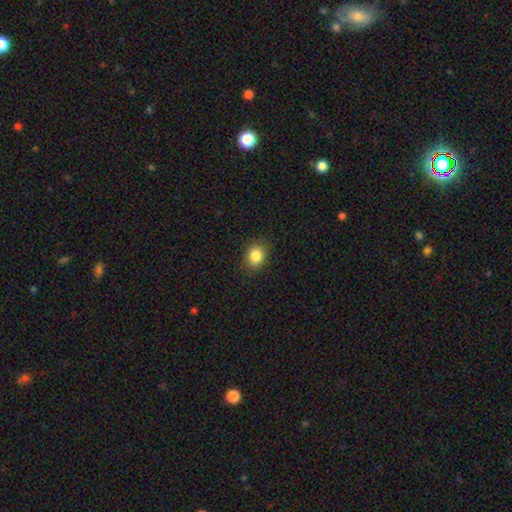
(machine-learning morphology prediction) Smooth or featured: smooth — 85% (star or artifact — 10%)
How rounded: in between — 54% (round — 45%)
Merging: none — 85% (minor disturbance — 11%)